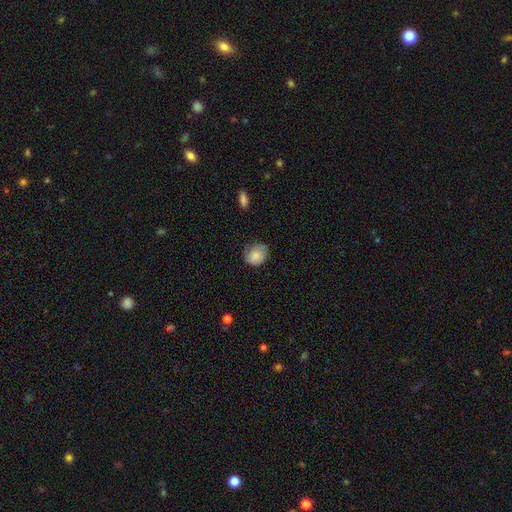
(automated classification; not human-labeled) Smooth or featured: smooth — 79% (featured or disk — 13%)
How rounded: round — 59% (in between — 40%)
Merging: none — 59% (minor disturbance — 30%)